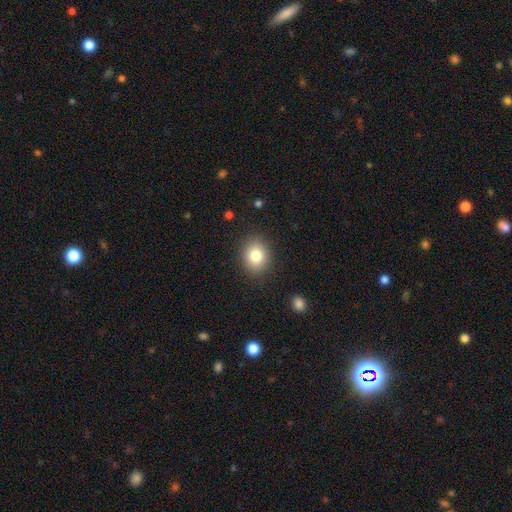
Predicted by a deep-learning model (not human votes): smooth_or_featured: smooth (p=0.81) [alt: star or artifact p=0.10]
how_rounded: round (p=0.57) [alt: in between p=0.42]
merging: none (p=0.87) [alt: minor disturbance p=0.09]